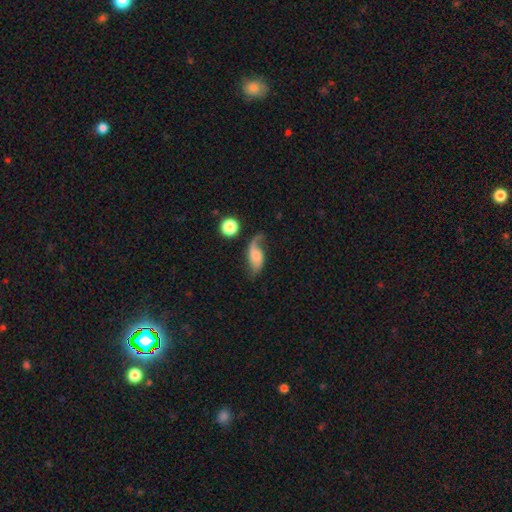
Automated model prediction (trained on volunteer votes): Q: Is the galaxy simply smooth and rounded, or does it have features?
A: featured or disk — 63%.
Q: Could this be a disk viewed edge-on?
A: no — 94%.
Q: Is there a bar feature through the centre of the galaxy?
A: no — 62%.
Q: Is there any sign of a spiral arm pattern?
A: yes — 92%.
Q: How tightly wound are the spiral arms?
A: loose — 77%.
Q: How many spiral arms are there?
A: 2 — 64%.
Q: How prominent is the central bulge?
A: moderate — 31%.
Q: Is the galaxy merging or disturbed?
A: none — 47%.